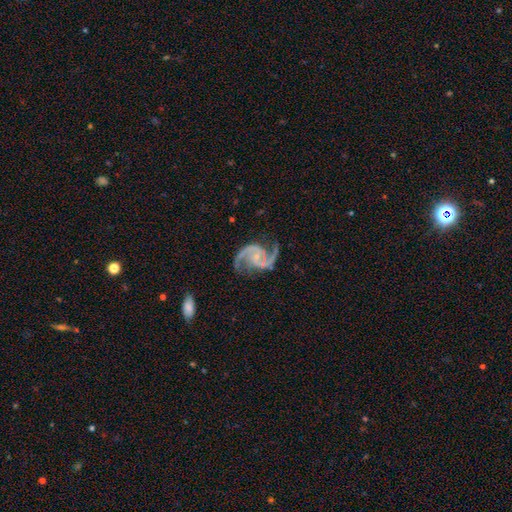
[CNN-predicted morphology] smooth_or_featured: featured or disk (p=0.94) [alt: star or artifact p=0.04]
disk_edge_on: no (p=0.98) [alt: yes p=0.02]
bar: no (p=0.61) [alt: weak p=0.29]
has_spiral_arms: yes (p=0.99) [alt: no p=0.01]
spiral_winding: medium (p=0.60) [alt: loose p=0.25]
spiral_arm_count: 2 (p=0.93) [alt: 3 p=0.02]
bulge_size: small (p=0.71) [alt: moderate p=0.21]
merging: none (p=0.74) [alt: minor disturbance p=0.16]